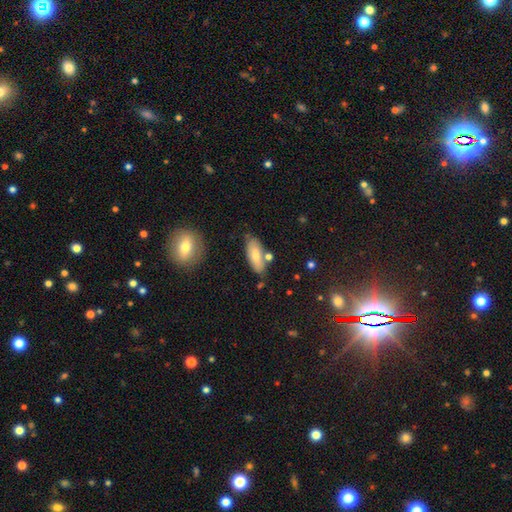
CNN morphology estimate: Smooth or featured?
  - smooth: 74% *
  - featured or disk: 19%
  - star or artifact: 7%
How rounded?
  - in between: 80% *
  - cigar-shaped: 18%
  - round: 3%
Merging?
  - none: 70% *
  - minor disturbance: 16%
  - merger: 10%
  - major disturbance: 3%